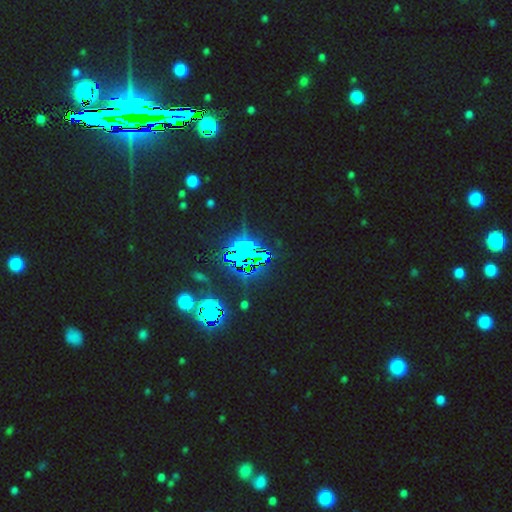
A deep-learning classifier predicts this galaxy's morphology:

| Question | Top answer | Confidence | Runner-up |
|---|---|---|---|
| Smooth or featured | star or artifact | 84% | smooth (8%) |